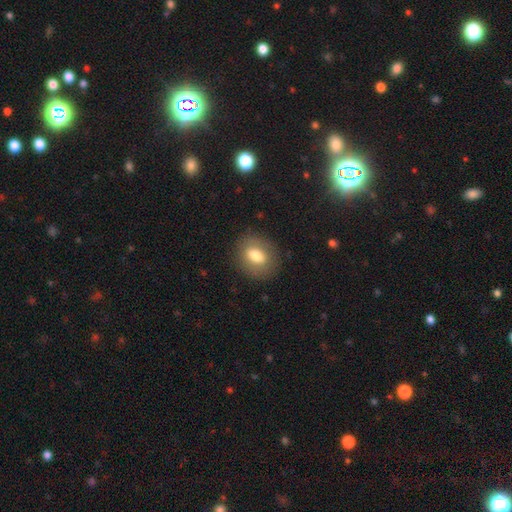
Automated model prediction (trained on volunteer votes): smooth_or_featured: smooth (p=0.72) [alt: featured or disk p=0.20]
how_rounded: in between (p=0.52) [alt: round p=0.47]
merging: none (p=0.85) [alt: minor disturbance p=0.10]